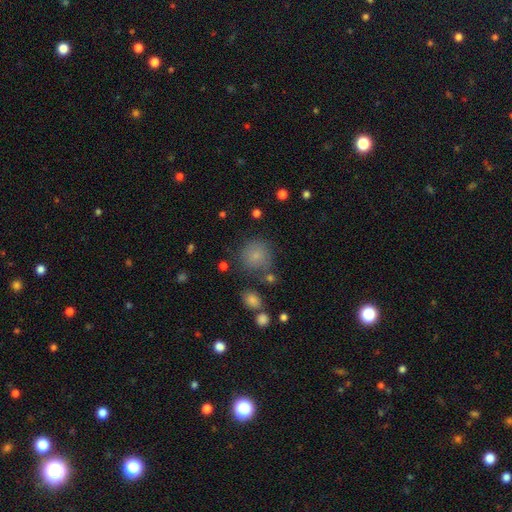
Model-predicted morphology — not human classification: smooth-or-featured: smooth: 78% | star or artifact: 13% | featured or disk: 9%
  how-rounded: round: 90% | in between: 9% | cigar-shaped: 1%
  merging: none: 75% | minor disturbance: 13% | merger: 6% | major disturbance: 6%